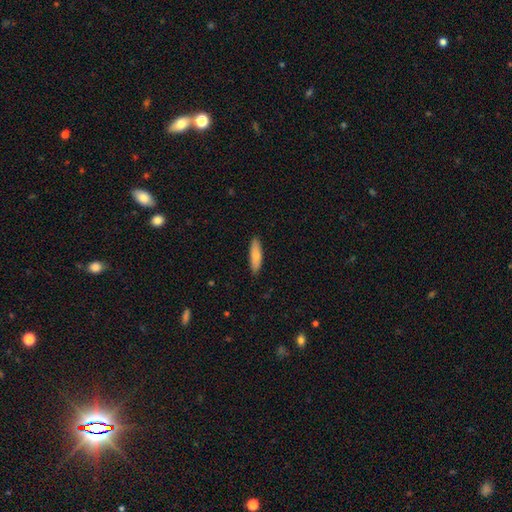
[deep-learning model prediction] Smooth or featured? Predicted: smooth (p=0.81). How rounded? Predicted: cigar-shaped (p=0.61). Merging? Predicted: none (p=0.88).